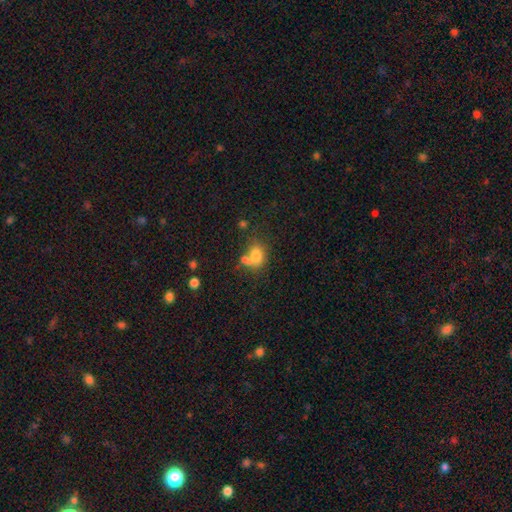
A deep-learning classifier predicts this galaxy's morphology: type=smooth (73%); roundness=in between (61%); merging=merger (40%).